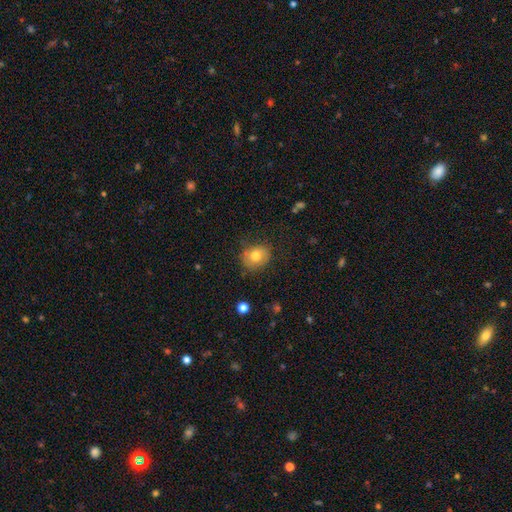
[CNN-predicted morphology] type=smooth (76%); roundness=round (68%); merging=none (74%).